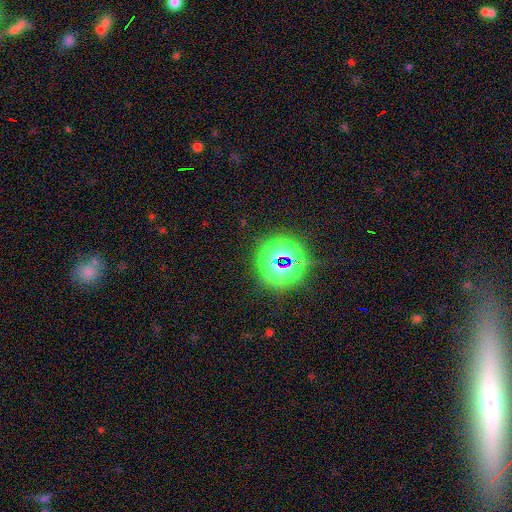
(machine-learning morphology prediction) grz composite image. It shows a star or artifact, not a galaxy (78%).